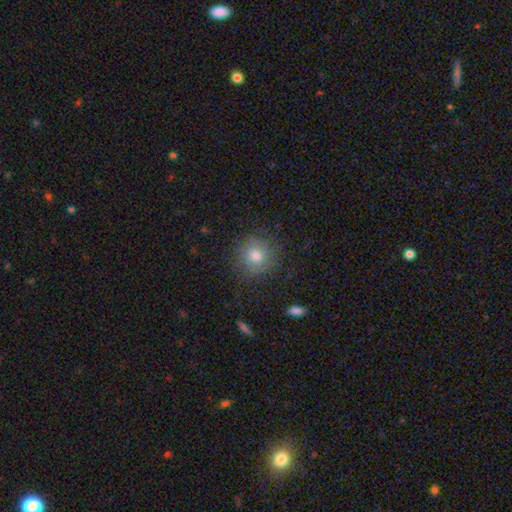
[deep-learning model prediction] Morphology: type=smooth (76%); roundness=round (93%); merging=none (84%).